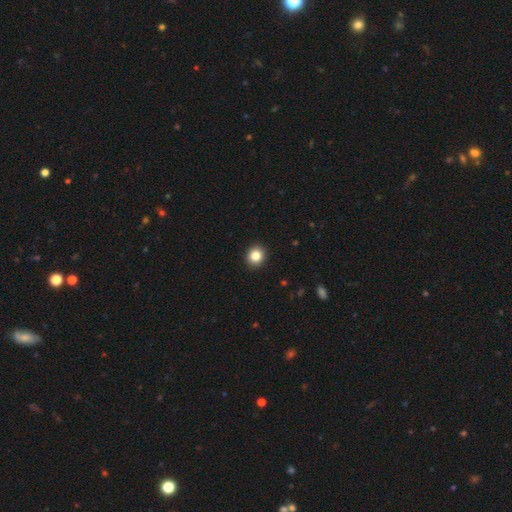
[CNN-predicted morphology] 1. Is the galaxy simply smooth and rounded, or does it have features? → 84% smooth, 10% star or artifact, 5% featured or disk.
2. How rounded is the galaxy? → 85% round, 14% in between, 1% cigar-shaped.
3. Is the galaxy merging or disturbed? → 93% none, 5% minor disturbance, 1% major disturbance, 1% merger.